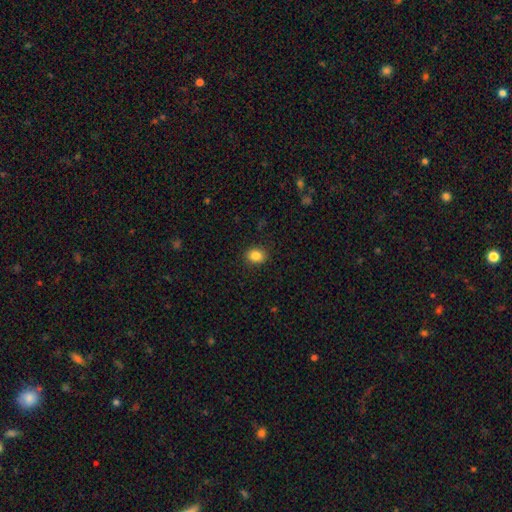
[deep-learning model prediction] A smooth galaxy with no disk features (86%) that is in between round and cigar-shaped (50%). Merging: none (90%).